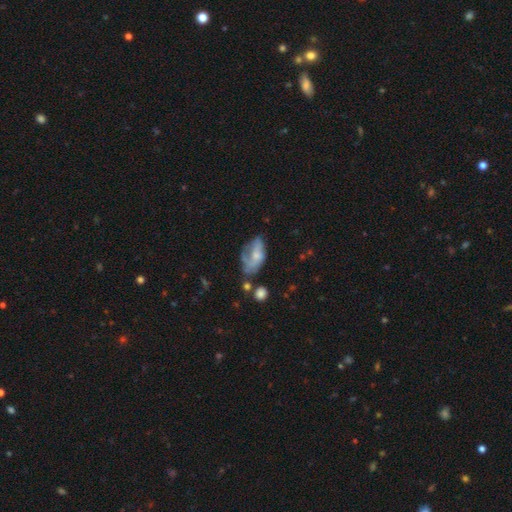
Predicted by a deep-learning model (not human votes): Smooth or featured?
  - featured or disk: 47% *
  - smooth: 45%
  - star or artifact: 8%
Merging?
  - major disturbance: 32% *
  - none: 31%
  - minor disturbance: 29%
  - merger: 8%